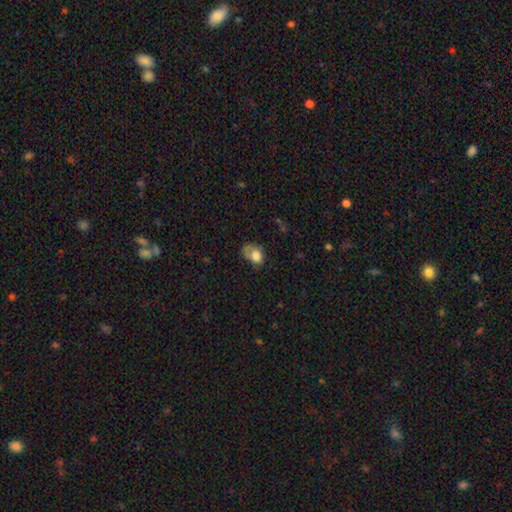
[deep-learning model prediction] Q: Smooth or featured?
A: smooth (77%); runner-up: featured or disk (13%)
Q: How rounded?
A: in between (64%); runner-up: round (35%)
Q: Merging?
A: minor disturbance (36%); runner-up: major disturbance (31%)